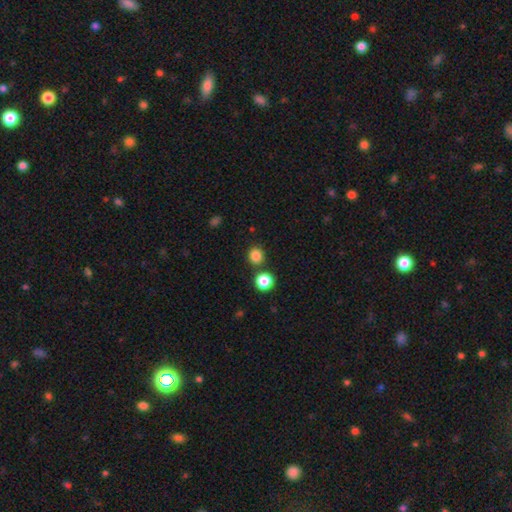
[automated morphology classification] smooth_or_featured: smooth (p=0.84) [alt: star or artifact p=0.13]
how_rounded: round (p=0.85) [alt: in between p=0.14]
merging: none (p=0.79) [alt: merger p=0.10]